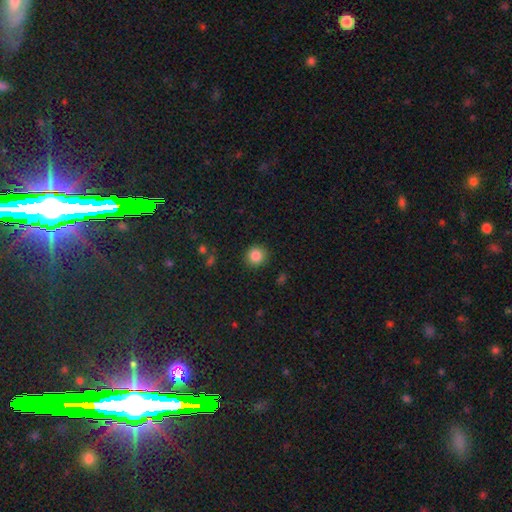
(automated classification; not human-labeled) Smooth or featured?
  - smooth: 85% *
  - star or artifact: 10%
  - featured or disk: 5%
How rounded?
  - round: 92% *
  - in between: 7%
  - cigar-shaped: 1%
Merging?
  - none: 91% *
  - minor disturbance: 6%
  - major disturbance: 2%
  - merger: 1%